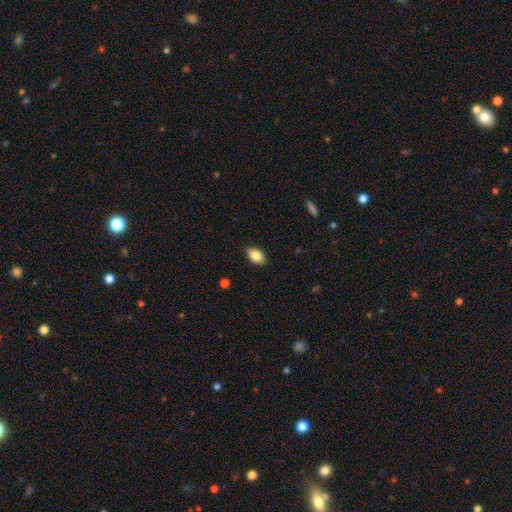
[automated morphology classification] Smooth or featured? smooth (85%)
How rounded? in between (87%)
Merging? none (85%)